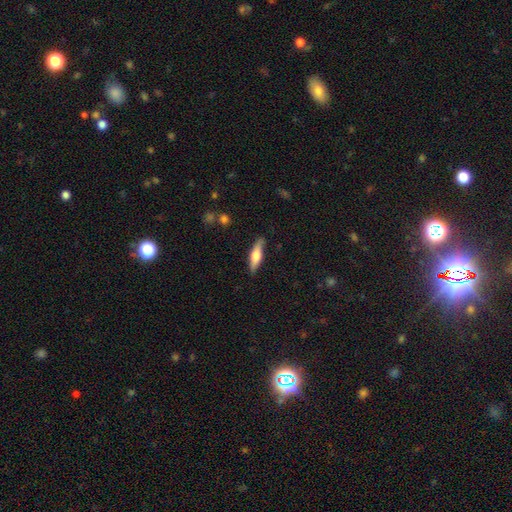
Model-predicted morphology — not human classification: This appears to be a featured or disk galaxy (48%). Merging: none (84%).